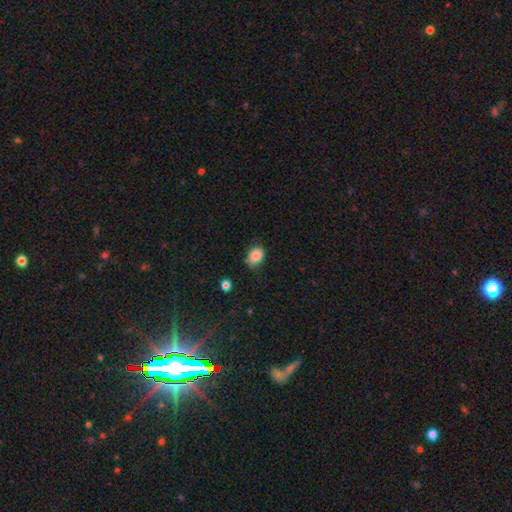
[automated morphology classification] smooth-or-featured: smooth: 86% | star or artifact: 9% | featured or disk: 5%
  how-rounded: in between: 56% | round: 43% | cigar-shaped: 1%
  merging: none: 64% | minor disturbance: 28% | major disturbance: 6% | merger: 2%